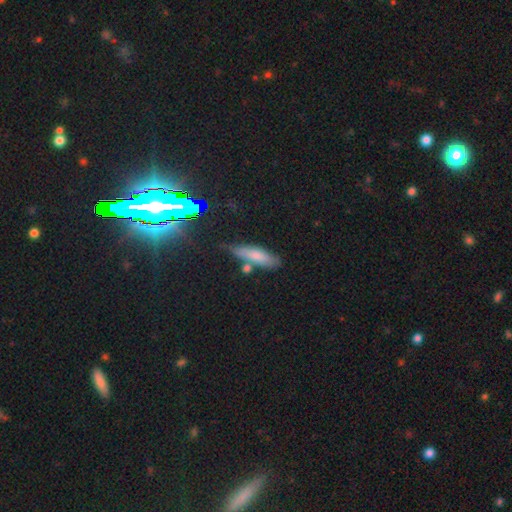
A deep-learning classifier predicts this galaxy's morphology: A smooth galaxy with no disk features (67%) that is cigar-shaped (59%). Merging: none (68%).